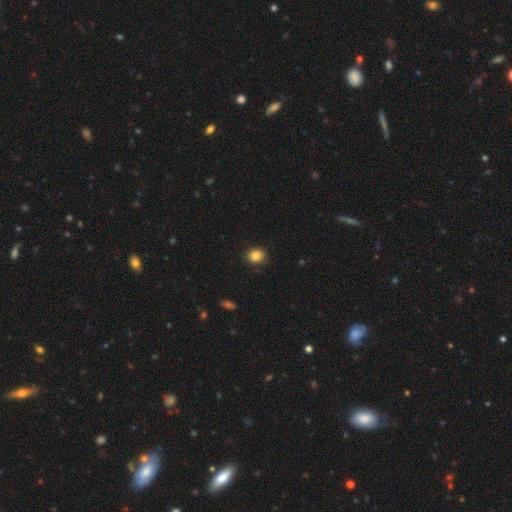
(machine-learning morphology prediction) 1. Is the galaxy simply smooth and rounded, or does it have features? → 84% smooth, 10% star or artifact, 6% featured or disk.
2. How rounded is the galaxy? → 59% round, 40% in between, 1% cigar-shaped.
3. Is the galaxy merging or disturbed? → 84% none, 12% minor disturbance, 3% major disturbance, 1% merger.